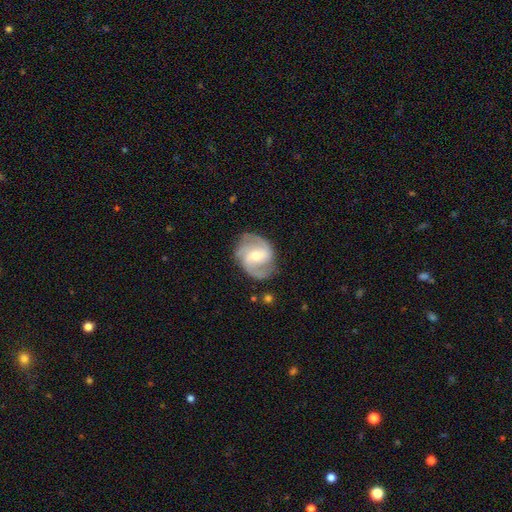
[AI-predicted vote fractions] This appears to be a featured or disk galaxy (86%) with a weak bar (46%), 2 (53%) medium (53%) spiral arms (97%) and a moderate central bulge (57%). Merging: none (77%).